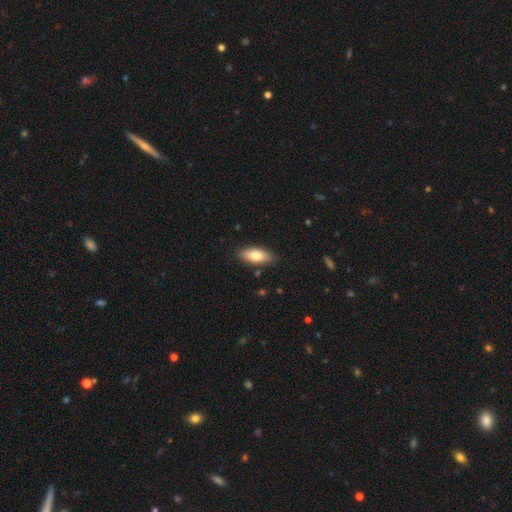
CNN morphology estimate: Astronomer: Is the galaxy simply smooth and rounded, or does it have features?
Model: smooth — 79%.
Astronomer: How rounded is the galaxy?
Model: in between — 80%.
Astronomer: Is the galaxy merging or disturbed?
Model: none — 84%.